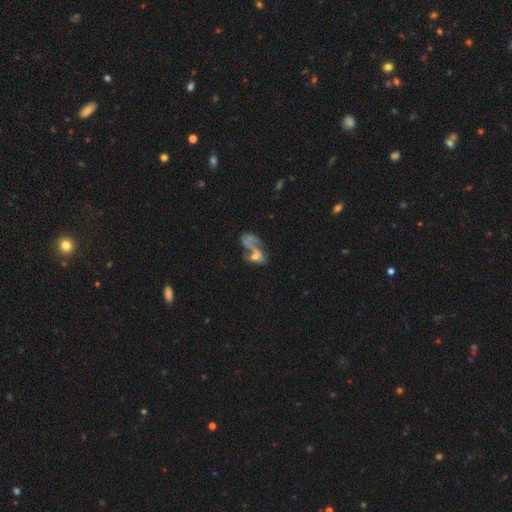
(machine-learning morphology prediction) Q: Smooth or featured?
A: featured or disk (45%); runner-up: smooth (42%)
Q: Merging?
A: merger (49%); runner-up: major disturbance (26%)